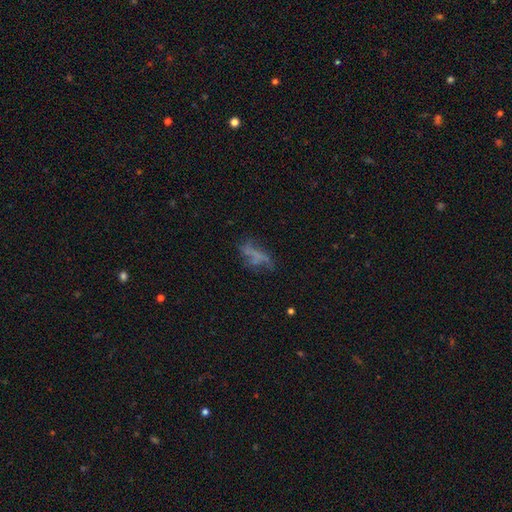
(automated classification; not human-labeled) smooth_or_featured: featured or disk (p=0.44) [alt: smooth p=0.37]
merging: none (p=0.45) [alt: major disturbance p=0.28]